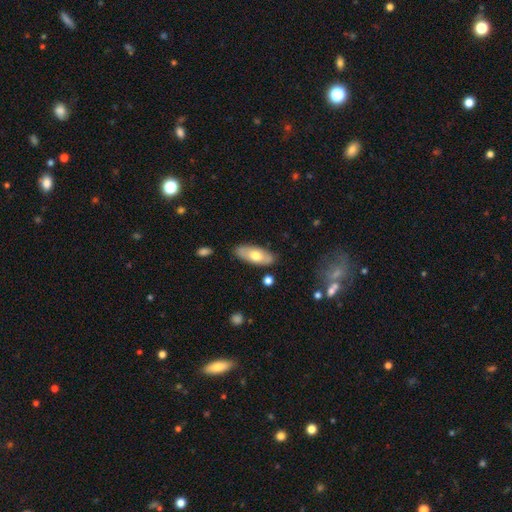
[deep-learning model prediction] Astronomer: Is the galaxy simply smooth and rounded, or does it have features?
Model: smooth — 62%.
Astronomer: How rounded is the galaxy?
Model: in between — 84%.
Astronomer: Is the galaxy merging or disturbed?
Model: none — 83%.